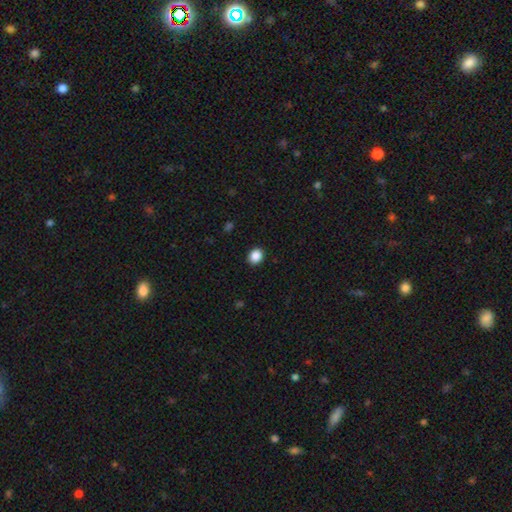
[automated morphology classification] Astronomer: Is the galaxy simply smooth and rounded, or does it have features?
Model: smooth — 87%.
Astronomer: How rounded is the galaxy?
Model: round — 69%.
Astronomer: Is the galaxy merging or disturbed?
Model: none — 91%.